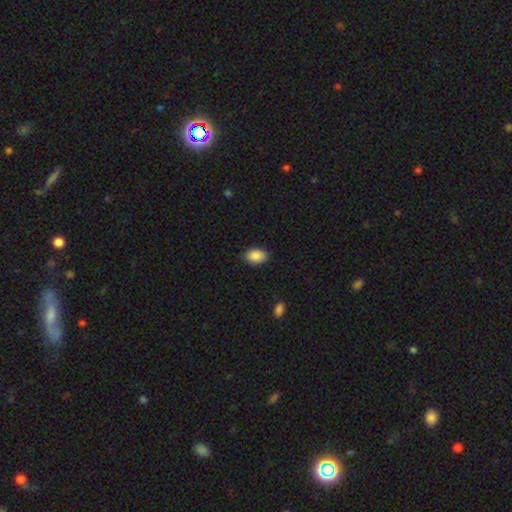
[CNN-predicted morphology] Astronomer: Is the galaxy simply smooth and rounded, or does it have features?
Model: smooth — 89%.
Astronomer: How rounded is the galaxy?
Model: in between — 87%.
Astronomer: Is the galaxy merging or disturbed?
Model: none — 86%.